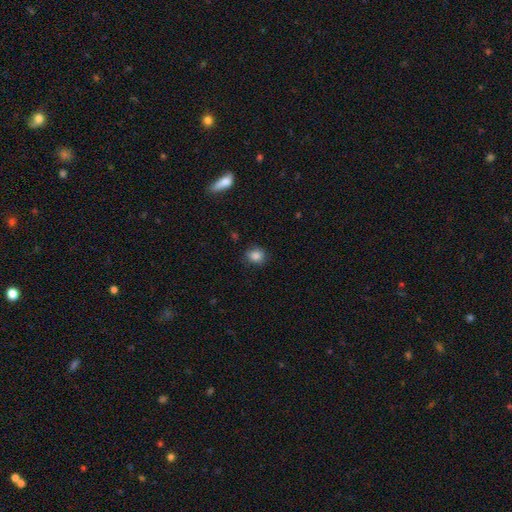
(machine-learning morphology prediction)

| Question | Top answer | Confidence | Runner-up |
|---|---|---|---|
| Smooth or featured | smooth | 85% | star or artifact (10%) |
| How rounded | round | 72% | in between (27%) |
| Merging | none | 79% | minor disturbance (16%) |